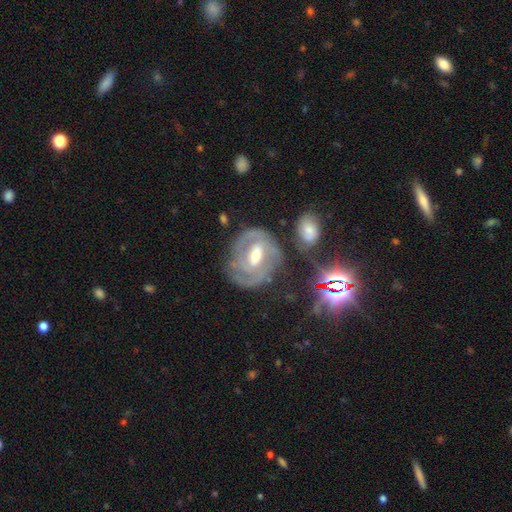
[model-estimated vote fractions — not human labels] Overall: featured or disk (82%). Edge-on disk: no (96%). Bar: weak (48%; strong 32%). Spiral arms: yes (88%). Spiral arm count: 2 (45%; can't tell 29%). Spiral winding: tight (66%; medium 28%). Bulge size: moderate (67%). Merging: none (67%).